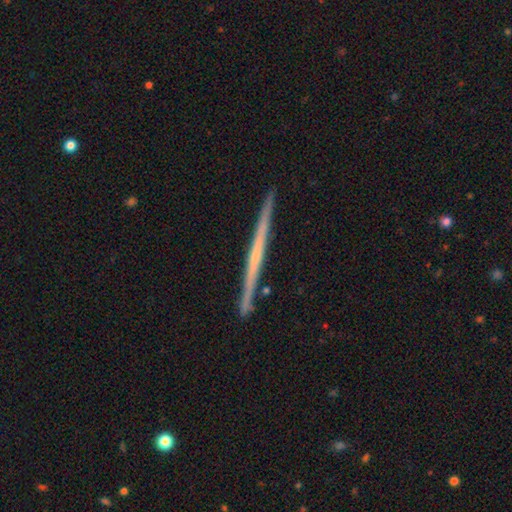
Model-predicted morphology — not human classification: Q: Smooth or featured?
A: featured or disk (71%); runner-up: smooth (24%)
Q: Edge-on disk?
A: yes (98%); runner-up: no (2%)
Q: Edge-on bulge?
A: none (71%); runner-up: rounded (23%)
Q: Merging?
A: none (92%); runner-up: minor disturbance (6%)